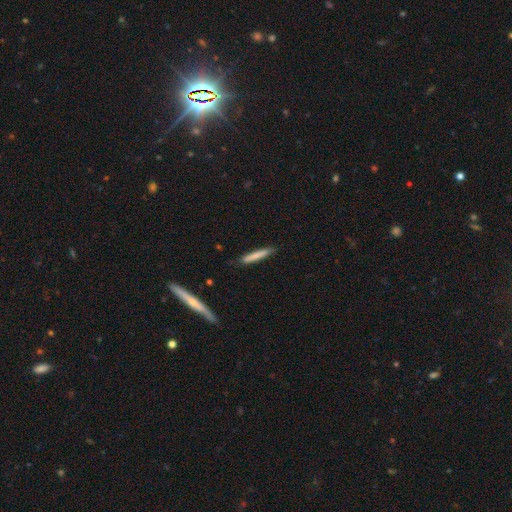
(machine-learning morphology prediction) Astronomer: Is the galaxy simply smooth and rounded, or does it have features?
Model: smooth — 76%.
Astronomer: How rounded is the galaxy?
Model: cigar-shaped — 94%.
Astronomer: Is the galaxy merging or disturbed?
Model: none — 84%.